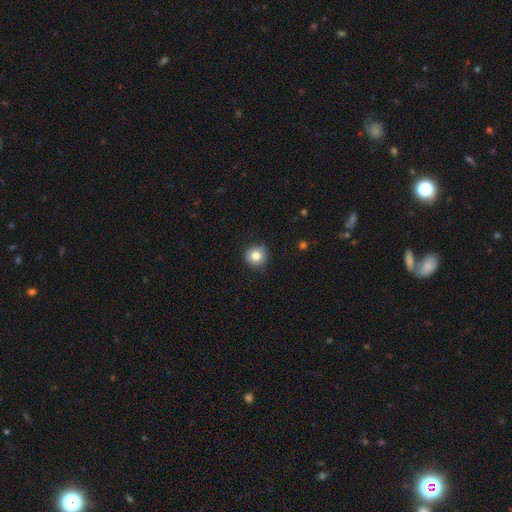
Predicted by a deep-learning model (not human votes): smooth-or-featured: smooth: 82% | star or artifact: 10% | featured or disk: 8%
  how-rounded: round: 92% | in between: 7% | cigar-shaped: 1%
  merging: none: 84% | minor disturbance: 13% | major disturbance: 2% | merger: 1%